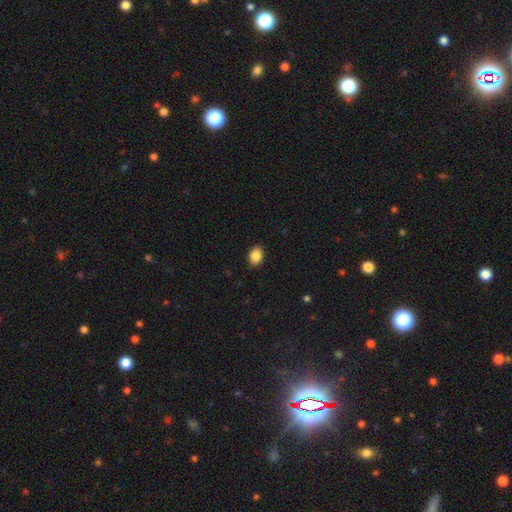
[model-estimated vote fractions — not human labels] Smooth or featured? Predicted: smooth (p=0.88). How rounded? Predicted: in between (p=0.74). Merging? Predicted: none (p=0.89).